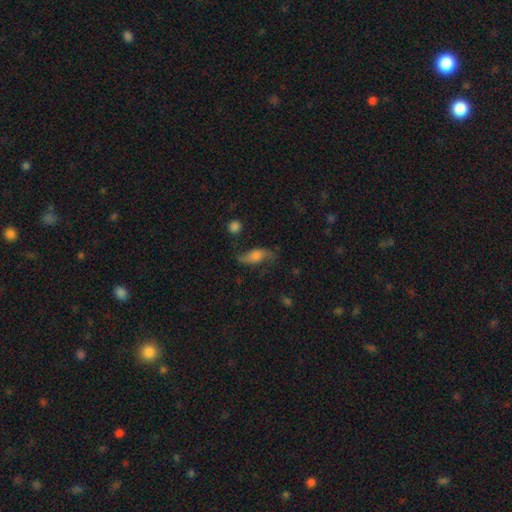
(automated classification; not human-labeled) Smooth or featured?
  - featured or disk: 49% *
  - smooth: 40%
  - star or artifact: 11%
Merging?
  - none: 63% *
  - minor disturbance: 22%
  - major disturbance: 13%
  - merger: 3%